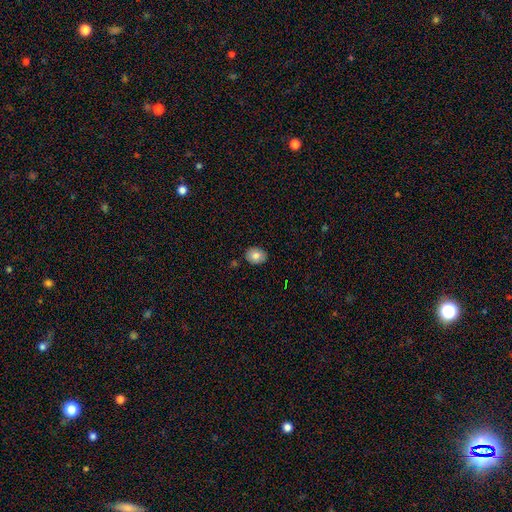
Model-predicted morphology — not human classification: Q: Smooth or featured?
A: smooth (81%); runner-up: featured or disk (11%)
Q: How rounded?
A: in between (52%); runner-up: round (47%)
Q: Merging?
A: none (86%); runner-up: minor disturbance (10%)